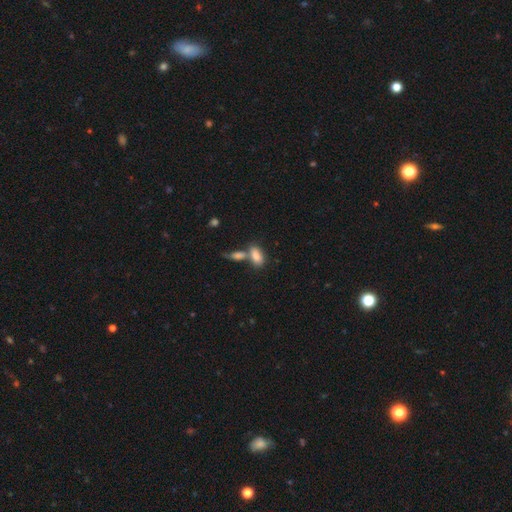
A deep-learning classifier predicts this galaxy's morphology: smooth_or_featured: smooth (p=0.81) [alt: featured or disk p=0.11]
how_rounded: in between (p=0.89) [alt: cigar-shaped p=0.06]
merging: merger (p=0.44) [alt: none p=0.40]